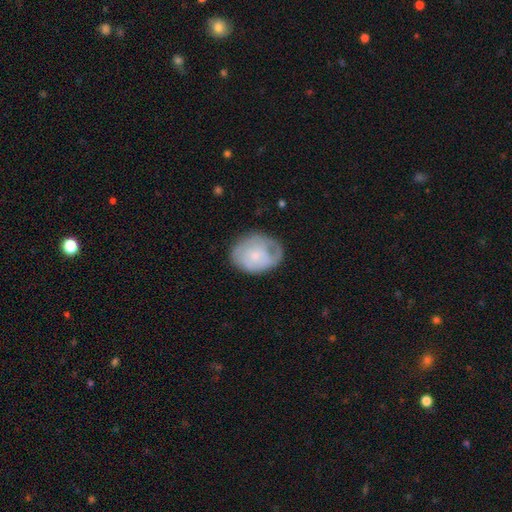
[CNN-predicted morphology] smooth_or_featured: smooth (p=0.50) [alt: featured or disk p=0.43]
how_rounded: in between (p=0.61) [alt: round p=0.38]
merging: none (p=0.56) [alt: minor disturbance p=0.29]